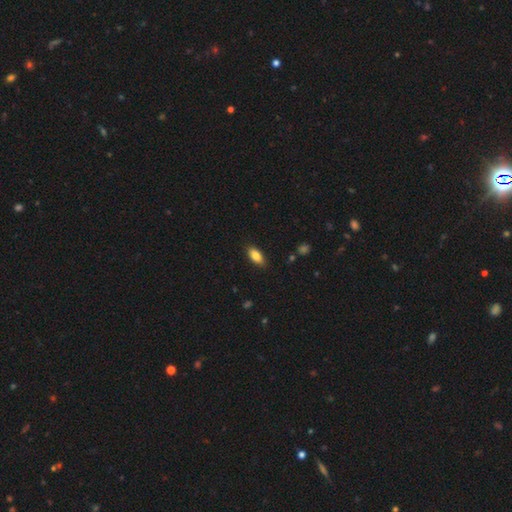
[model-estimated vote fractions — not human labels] smooth 82%, featured or disk 11%, star or artifact 7%. Down the decision tree: how rounded — in between (85%); merging — none (86%).